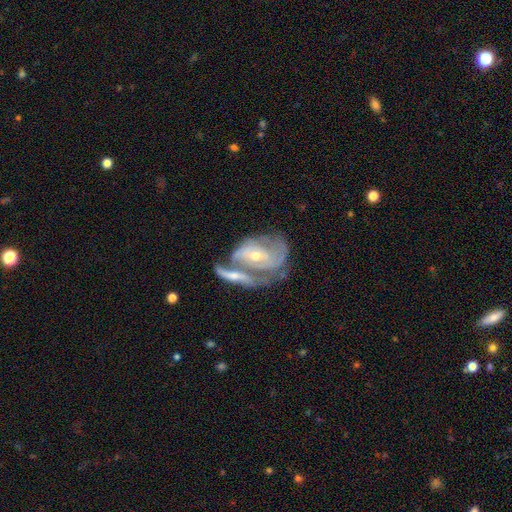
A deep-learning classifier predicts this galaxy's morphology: Smooth or featured? featured or disk (79%)
Edge-on disk? no (93%)
Bar? no (45%)
Spiral arms? yes (85%)
Spiral winding? tight (52%)
Spiral arm count? 2 (50%)
Bulge size? small (55%)
Merging? merger (48%)